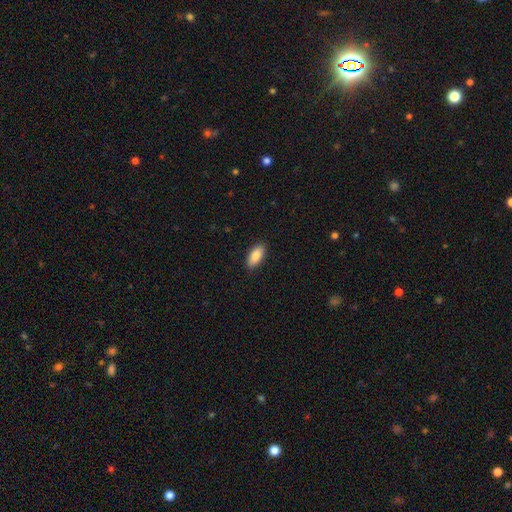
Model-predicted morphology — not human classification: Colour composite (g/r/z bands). It shows a smooth galaxy with no disk features (86%) that is in between round and cigar-shaped (88%). Merging: none (90%).